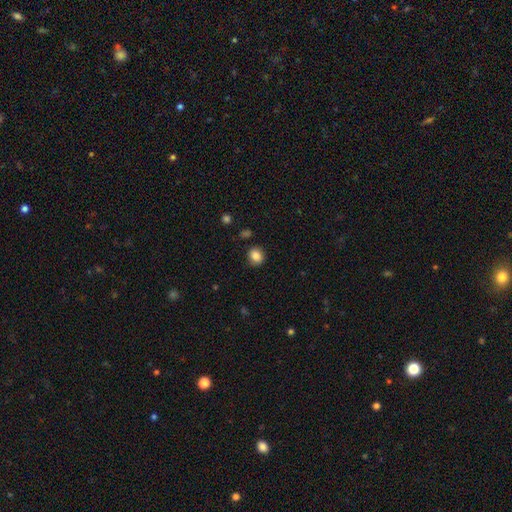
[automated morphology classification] This appears to be a smooth galaxy with no disk features (86%) that is round (78%). Merging: none (88%).